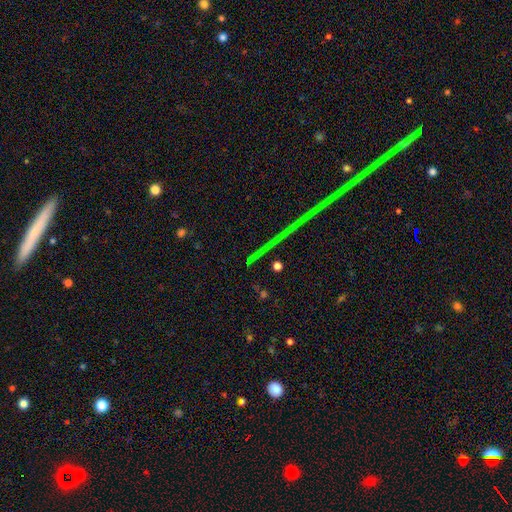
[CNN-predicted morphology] Smooth or featured?
  - star or artifact: 78% *
  - featured or disk: 12%
  - smooth: 10%